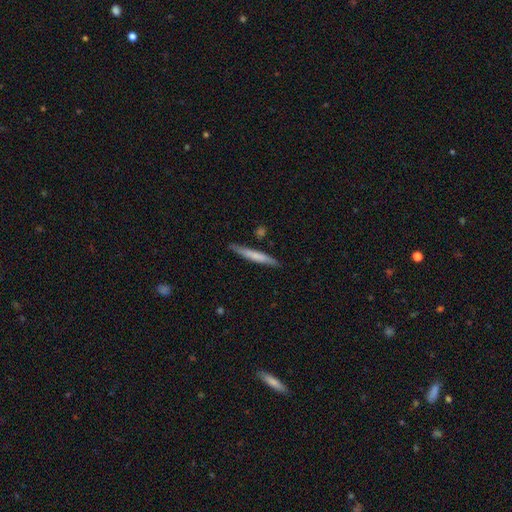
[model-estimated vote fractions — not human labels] smooth 59%, featured or disk 36%, star or artifact 5%. Down the decision tree: how rounded — cigar-shaped (95%); merging — none (85%).